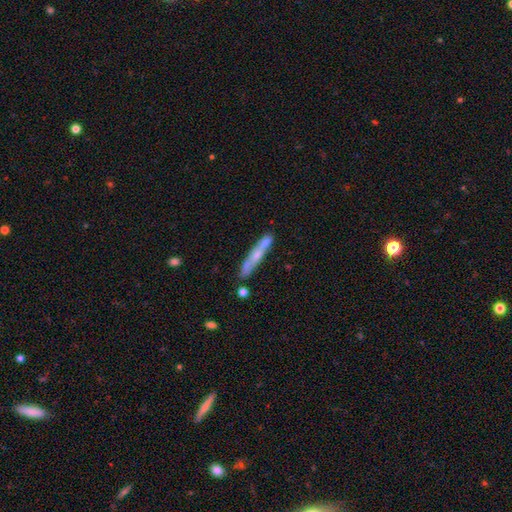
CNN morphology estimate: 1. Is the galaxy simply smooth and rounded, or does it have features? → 48% smooth, 46% featured or disk, 6% star or artifact.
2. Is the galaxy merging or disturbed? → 71% none, 16% minor disturbance, 9% merger, 4% major disturbance.